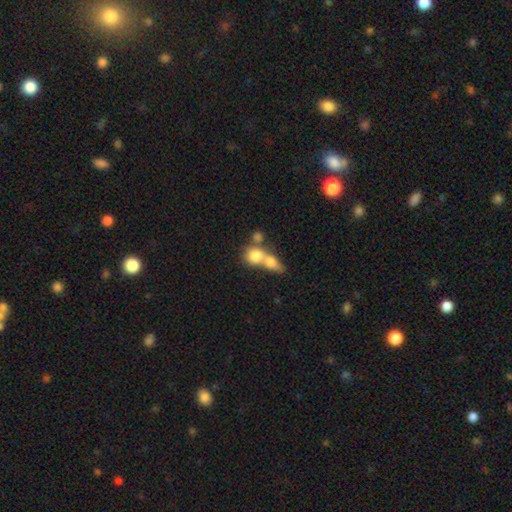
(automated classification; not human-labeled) Q: Smooth or featured?
A: smooth (75%); runner-up: featured or disk (16%)
Q: How rounded?
A: round (67%); runner-up: in between (30%)
Q: Merging?
A: merger (66%); runner-up: none (24%)